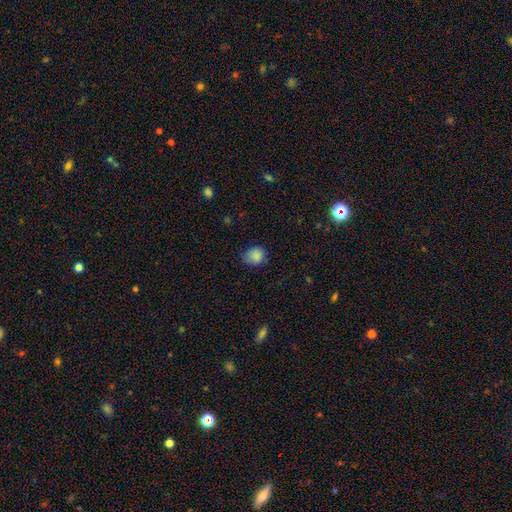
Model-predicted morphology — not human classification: This is clearly a smooth galaxy (85%). How rounded: possibly round (57%). Merging: likely none (71%).